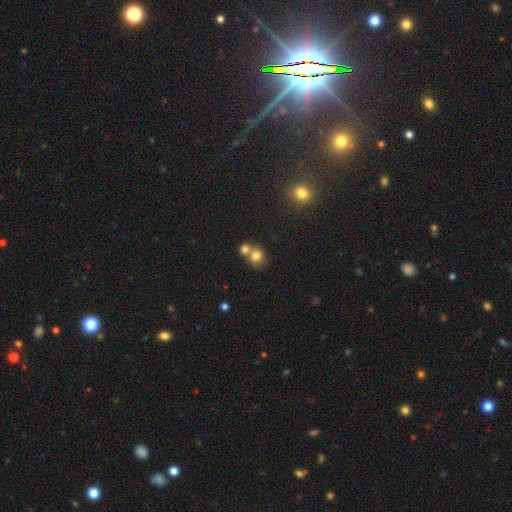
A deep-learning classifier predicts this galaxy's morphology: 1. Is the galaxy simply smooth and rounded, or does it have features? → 77% smooth, 11% star or artifact, 11% featured or disk.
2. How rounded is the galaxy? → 73% round, 26% in between, 1% cigar-shaped.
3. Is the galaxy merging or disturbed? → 52% merger, 38% none, 7% minor disturbance, 3% major disturbance.